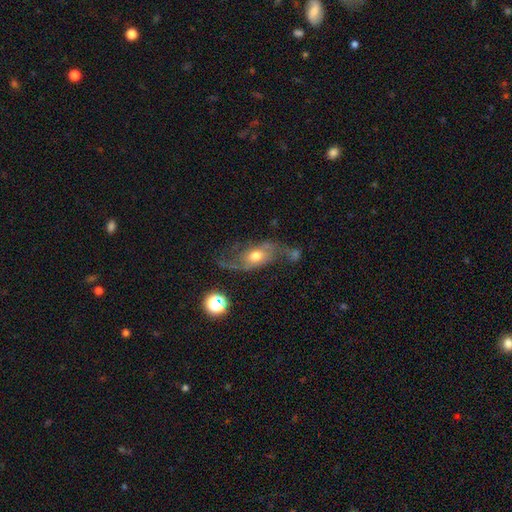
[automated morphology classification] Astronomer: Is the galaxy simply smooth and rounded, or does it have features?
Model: featured or disk — 68%.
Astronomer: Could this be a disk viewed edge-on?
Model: no — 92%.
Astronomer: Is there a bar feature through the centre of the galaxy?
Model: no — 66%.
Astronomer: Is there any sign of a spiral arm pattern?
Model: yes — 86%.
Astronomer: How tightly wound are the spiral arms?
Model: loose — 66%.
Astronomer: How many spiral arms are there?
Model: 2 — 86%.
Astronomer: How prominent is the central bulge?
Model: moderate — 68%.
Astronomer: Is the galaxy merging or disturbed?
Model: none — 44% (runner-up: major disturbance, 26%).